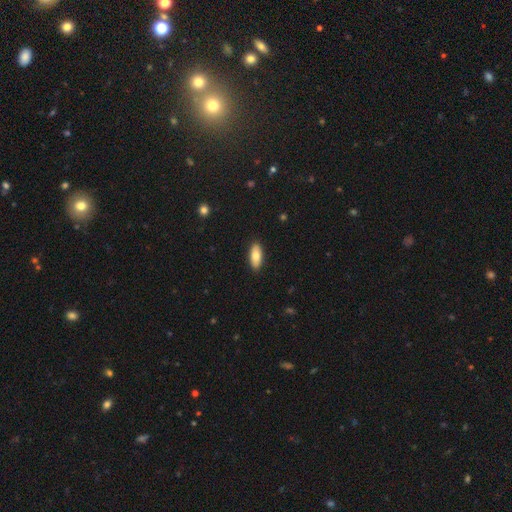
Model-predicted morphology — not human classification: This appears to be a smooth galaxy with no disk features (80%) that is in between round and cigar-shaped (83%). Merging: none (89%).